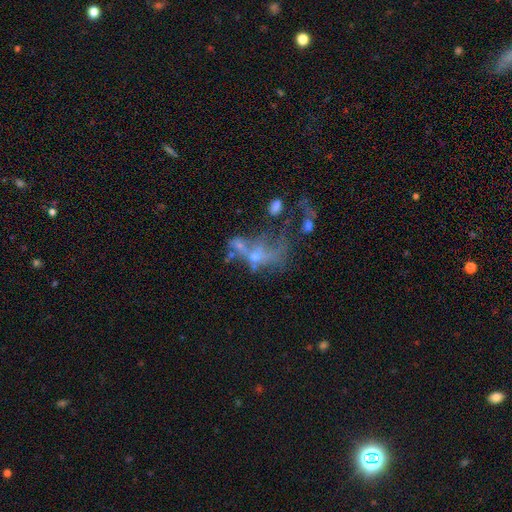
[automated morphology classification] Smooth or featured?
  - featured or disk: 54% *
  - star or artifact: 23%
  - smooth: 22%
Edge-on disk?
  - no: 94% *
  - yes: 6%
Bar?
  - no: 84% *
  - weak: 12%
  - strong: 4%
Spiral arms?
  - no: 80% *
  - yes: 20%
Bulge size?
  - small: 41% *
  - none: 33%
  - moderate: 22%
  - large: 3%
  - dominant: 2%
Merging?
  - merger: 39% *
  - major disturbance: 35%
  - none: 18%
  - minor disturbance: 9%